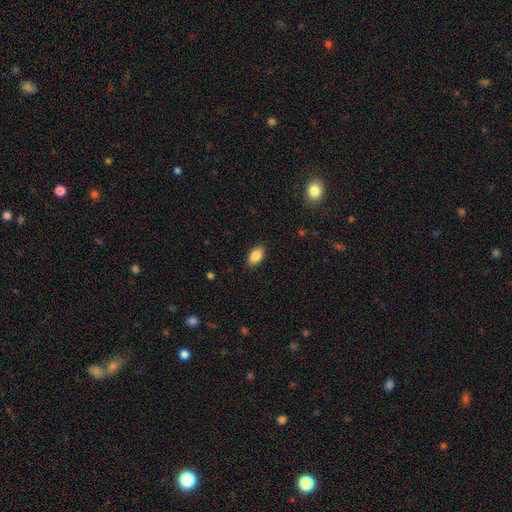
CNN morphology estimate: Smooth or featured? Predicted: smooth (p=0.88). How rounded? Predicted: in between (p=0.93). Merging? Predicted: none (p=0.87).